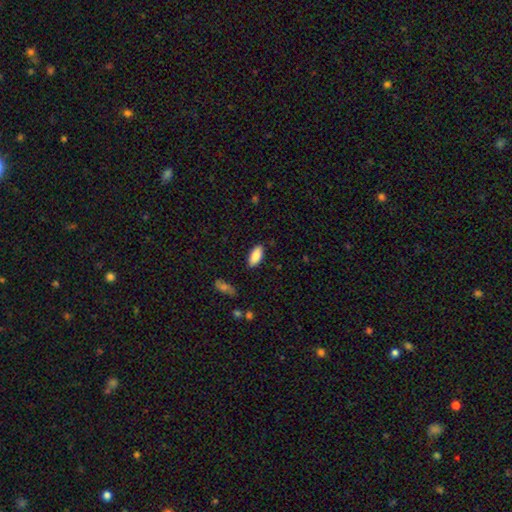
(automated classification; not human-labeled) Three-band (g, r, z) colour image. It shows a smooth galaxy with no disk features (87%) that is in between round and cigar-shaped (86%). Merging: none (86%).